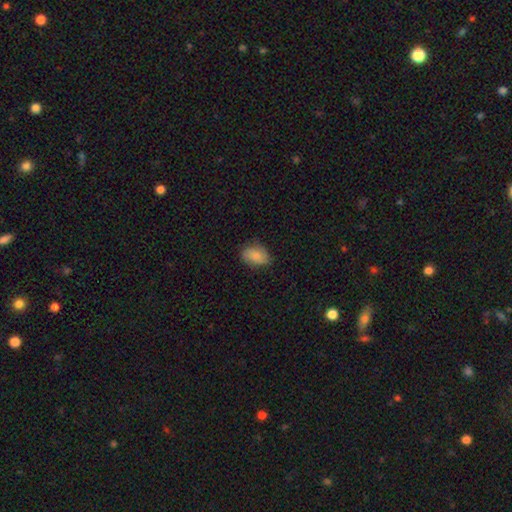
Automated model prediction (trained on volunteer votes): Q: Smooth or featured?
A: smooth (82%); runner-up: featured or disk (11%)
Q: How rounded?
A: in between (82%); runner-up: round (17%)
Q: Merging?
A: none (72%); runner-up: minor disturbance (22%)